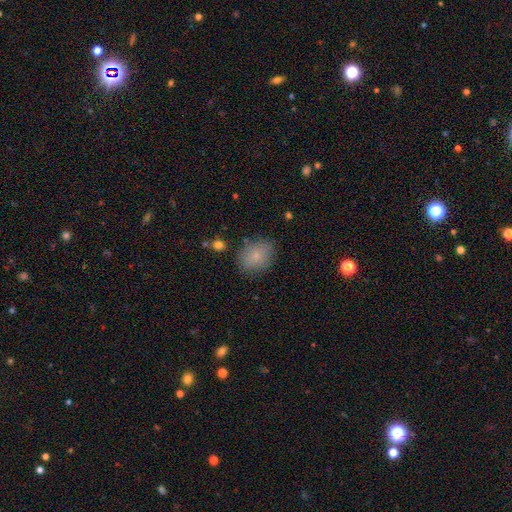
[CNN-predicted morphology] Smooth or featured? Predicted: smooth (p=0.80). How rounded? Predicted: in between (p=0.66). Merging? Predicted: none (p=0.81).